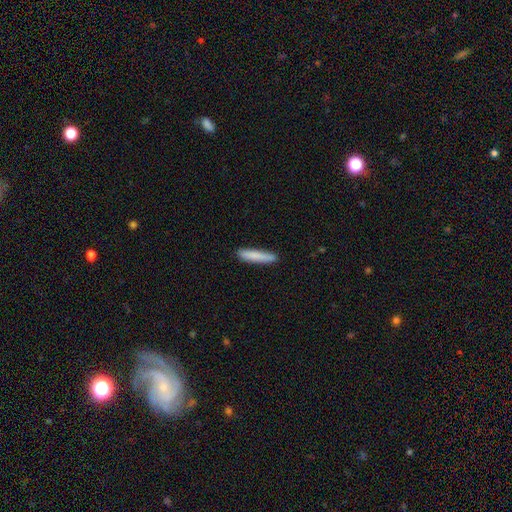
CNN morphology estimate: smooth 84%, featured or disk 11%, star or artifact 6%. Down the decision tree: how rounded — cigar-shaped (91%); merging — none (88%).